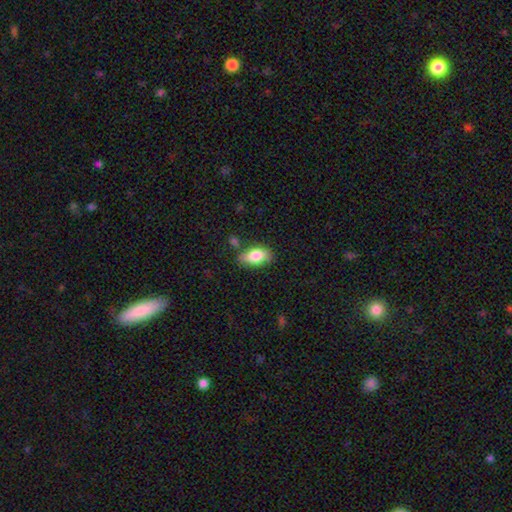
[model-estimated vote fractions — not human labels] Overall: smooth (78%). How rounded: in between (90%). Merging: none (71%).